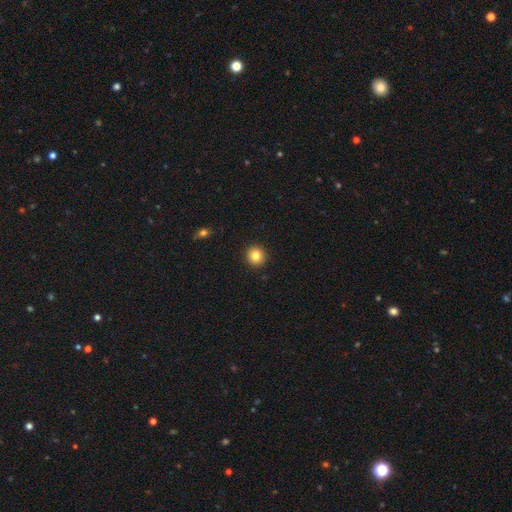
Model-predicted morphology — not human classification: Smooth or featured? Predicted: smooth (p=0.83). How rounded? Predicted: round (p=0.94). Merging? Predicted: none (p=0.93).